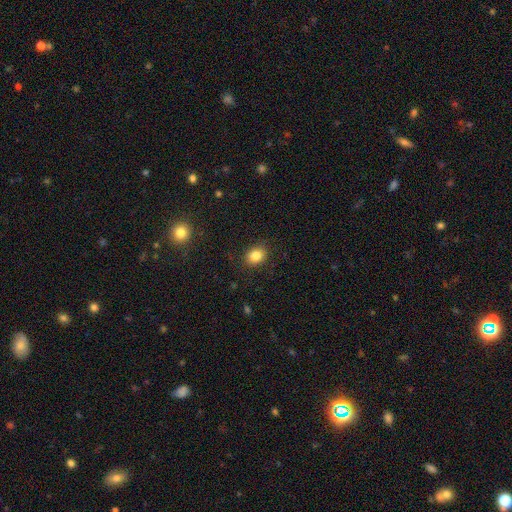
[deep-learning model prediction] Smooth or featured?
  - smooth: 84% *
  - star or artifact: 10%
  - featured or disk: 6%
How rounded?
  - in between: 54% *
  - round: 45%
  - cigar-shaped: 1%
Merging?
  - none: 88% *
  - minor disturbance: 9%
  - major disturbance: 3%
  - merger: 1%